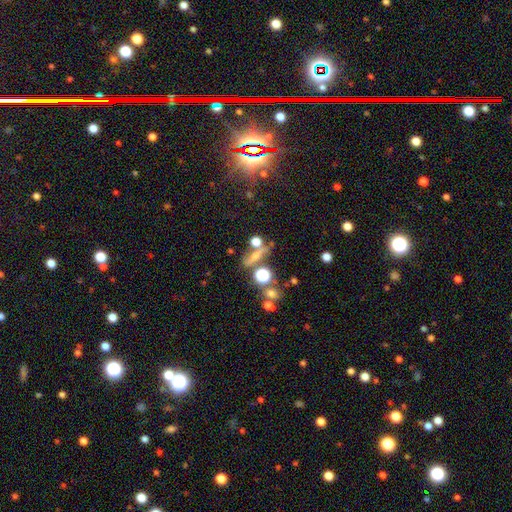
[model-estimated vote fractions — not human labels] The model was most divided on "smooth or featured": smooth: 45%, star or artifact: 28%, featured or disk: 27%. More confident: merging — none (53%).